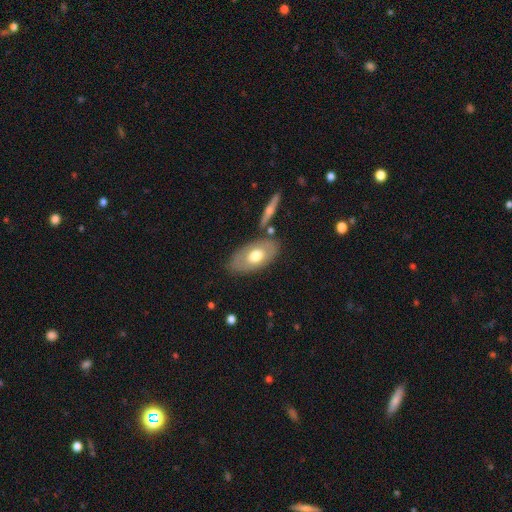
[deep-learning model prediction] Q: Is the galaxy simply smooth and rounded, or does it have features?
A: smooth — 60%.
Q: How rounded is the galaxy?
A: in between — 92%.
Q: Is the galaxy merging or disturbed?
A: none — 74%.